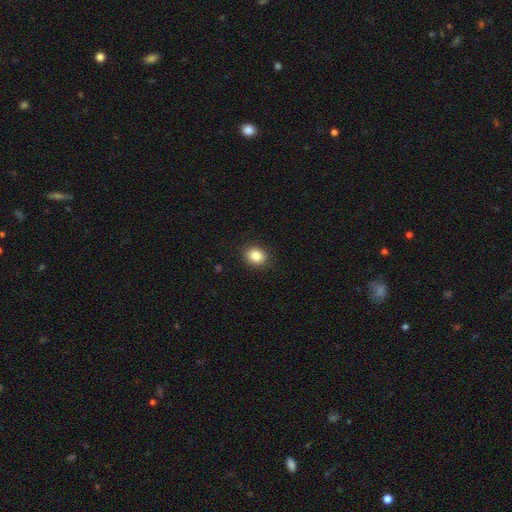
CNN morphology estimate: A smooth galaxy with no disk features (84%) that is round (62%). Merging: none (89%).